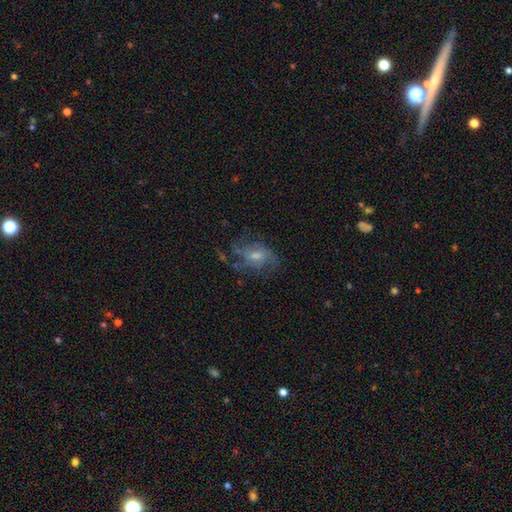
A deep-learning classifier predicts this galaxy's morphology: smooth_or_featured: featured or disk (p=0.69) [alt: smooth p=0.21]
disk_edge_on: no (p=0.97) [alt: yes p=0.03]
bar: no (p=0.53) [alt: weak p=0.41]
has_spiral_arms: yes (p=0.79) [alt: no p=0.21]
spiral_winding: medium (p=0.44) [alt: loose p=0.34]
spiral_arm_count: can't tell (p=0.35) [alt: 2 p=0.26]
bulge_size: moderate (p=0.47) [alt: small p=0.41]
merging: none (p=0.54) [alt: major disturbance p=0.23]